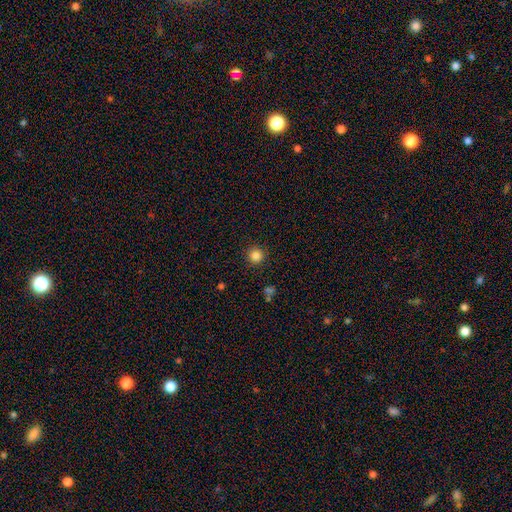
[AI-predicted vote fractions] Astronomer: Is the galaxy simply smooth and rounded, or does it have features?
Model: smooth — 84%.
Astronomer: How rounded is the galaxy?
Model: round — 95%.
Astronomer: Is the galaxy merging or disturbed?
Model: none — 91%.